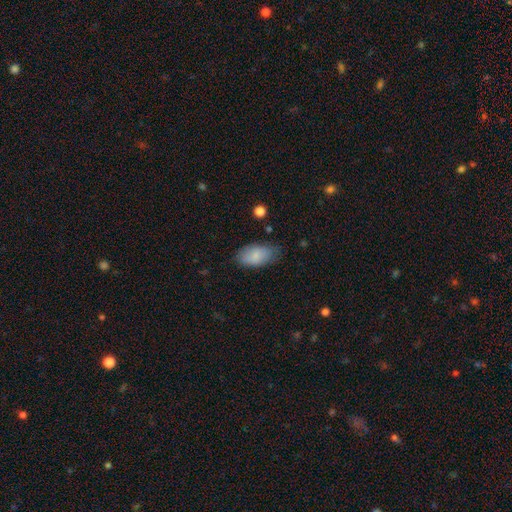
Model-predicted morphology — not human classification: The model was most divided on "merging": none: 75%, minor disturbance: 19%, major disturbance: 4%, merger: 1%. More confident: how rounded — in between (94%); smooth or featured — smooth (84%).